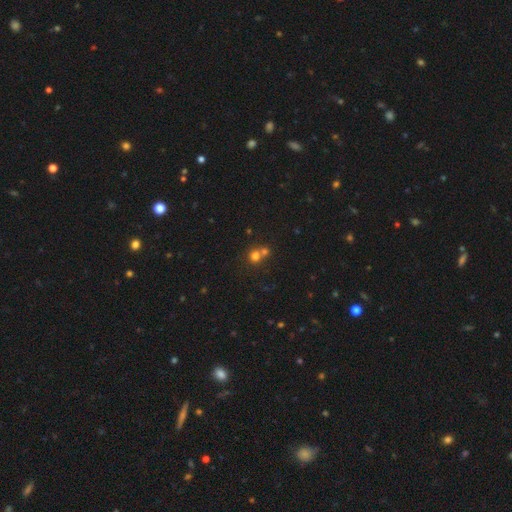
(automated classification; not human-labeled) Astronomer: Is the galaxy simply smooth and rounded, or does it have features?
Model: smooth — 72%.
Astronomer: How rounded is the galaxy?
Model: round — 86%.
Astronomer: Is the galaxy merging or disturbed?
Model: merger — 47% (runner-up: none, 45%).